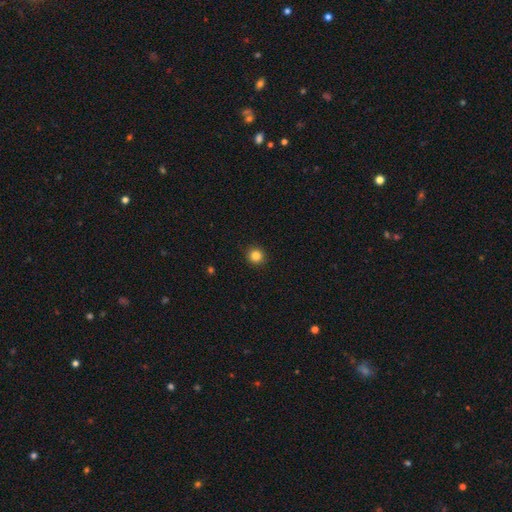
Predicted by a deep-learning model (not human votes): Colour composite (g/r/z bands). It shows a smooth galaxy with no disk features (85%) that is round (94%). Merging: none (92%).